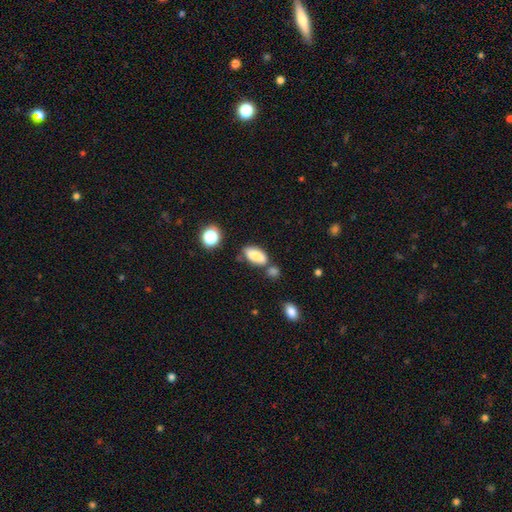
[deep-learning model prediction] Overall: smooth (82%). How rounded: in between (85%). Merging: none (56%; merger 20%).